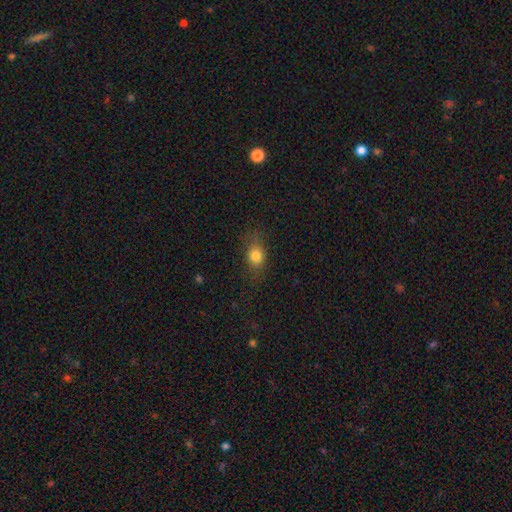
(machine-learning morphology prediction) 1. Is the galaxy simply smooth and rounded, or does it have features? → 79% smooth, 11% star or artifact, 10% featured or disk.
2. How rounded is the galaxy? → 55% in between, 41% round, 3% cigar-shaped.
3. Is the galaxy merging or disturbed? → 75% none, 17% minor disturbance, 7% major disturbance, 1% merger.